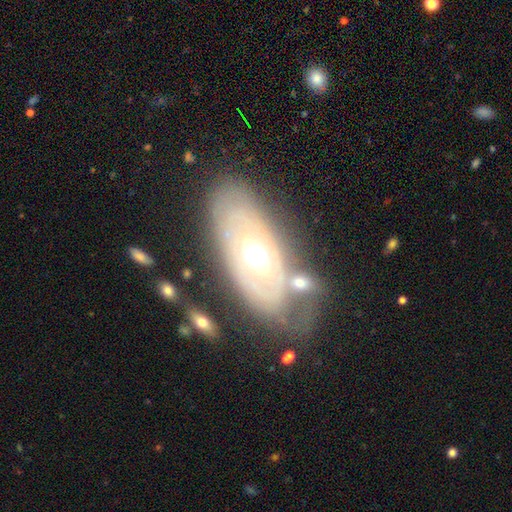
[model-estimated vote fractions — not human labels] The model was most divided on "spiral arms": no: 60%, yes: 40%. More confident: edge-on disk — no (87%); bar — no (81%); smooth or featured — featured or disk (69%); bulge size — moderate (66%); merging — none (65%).